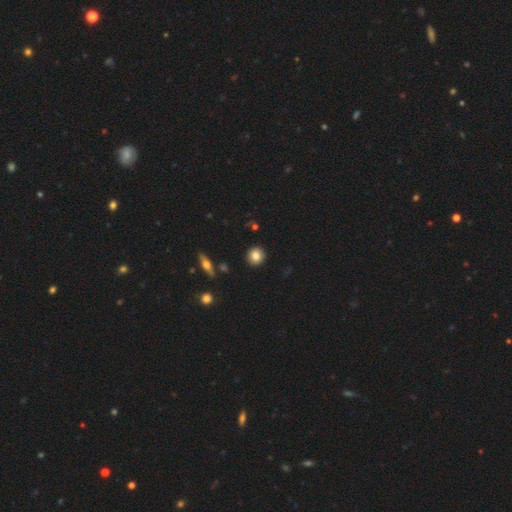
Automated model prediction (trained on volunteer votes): Q: Smooth or featured?
A: smooth (82%); runner-up: featured or disk (9%)
Q: How rounded?
A: round (89%); runner-up: in between (10%)
Q: Merging?
A: none (91%); runner-up: minor disturbance (6%)